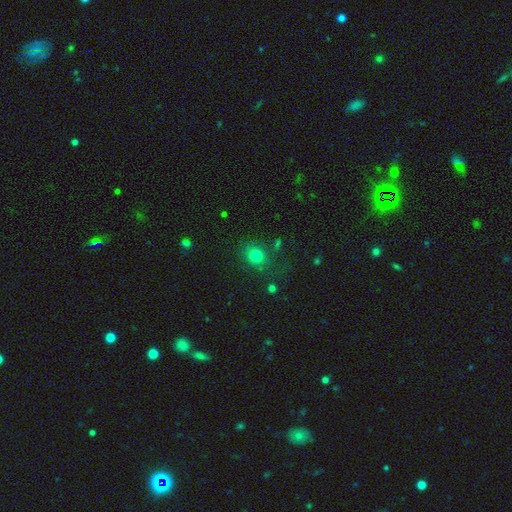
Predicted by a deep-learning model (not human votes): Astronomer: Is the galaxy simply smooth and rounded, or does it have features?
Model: smooth — 78%.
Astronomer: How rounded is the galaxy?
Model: round — 74%.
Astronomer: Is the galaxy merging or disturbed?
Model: none — 77%.